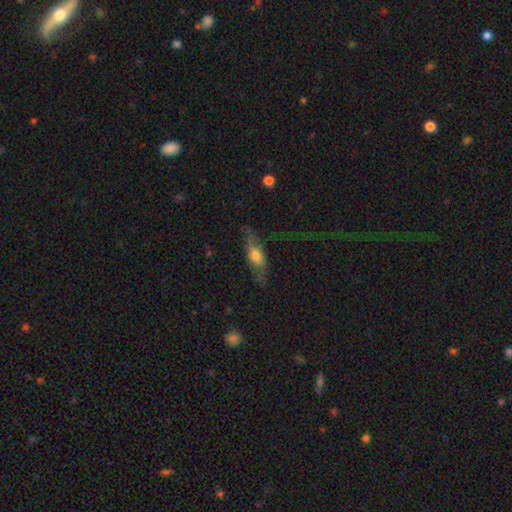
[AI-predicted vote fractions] smooth 52%, featured or disk 40%, star or artifact 8%. Down the decision tree: how rounded — in between (63%); merging — none (60%).